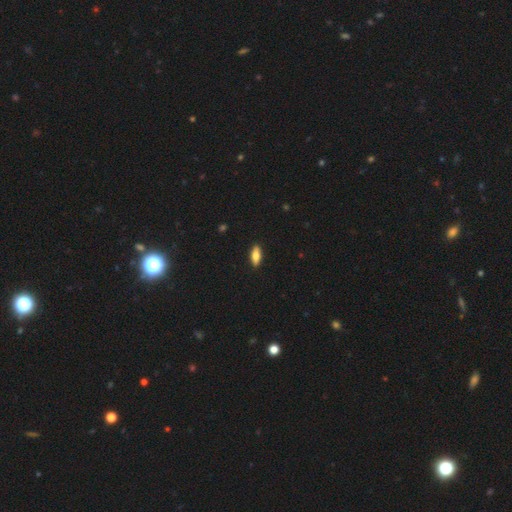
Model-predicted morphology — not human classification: Smooth or featured?
  - smooth: 76% *
  - featured or disk: 18%
  - star or artifact: 7%
How rounded?
  - in between: 74% *
  - cigar-shaped: 23%
  - round: 3%
Merging?
  - none: 90% *
  - minor disturbance: 7%
  - major disturbance: 2%
  - merger: 1%